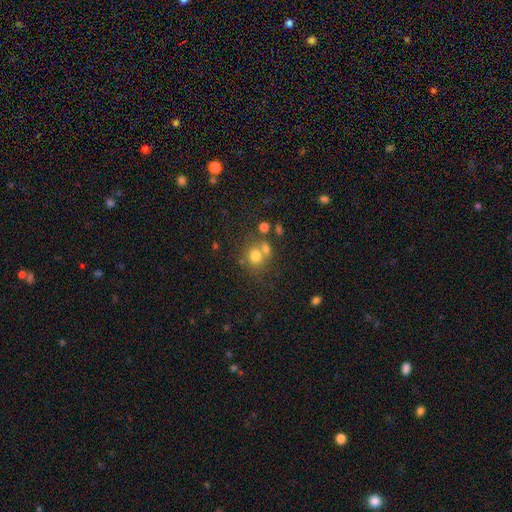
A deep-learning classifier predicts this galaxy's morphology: Overall: smooth (73%). How rounded: round (78%). Merging: none (52%; merger 33%).